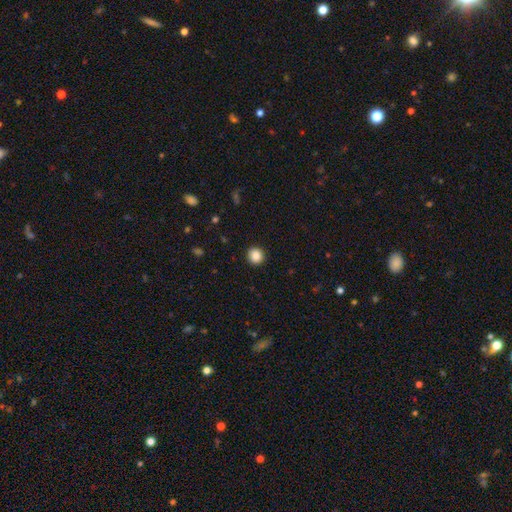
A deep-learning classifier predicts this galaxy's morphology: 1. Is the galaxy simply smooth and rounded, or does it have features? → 87% smooth, 10% star or artifact, 3% featured or disk.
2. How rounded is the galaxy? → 93% round, 6% in between, 1% cigar-shaped.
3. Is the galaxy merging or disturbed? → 93% none, 5% minor disturbance, 2% major disturbance, 1% merger.